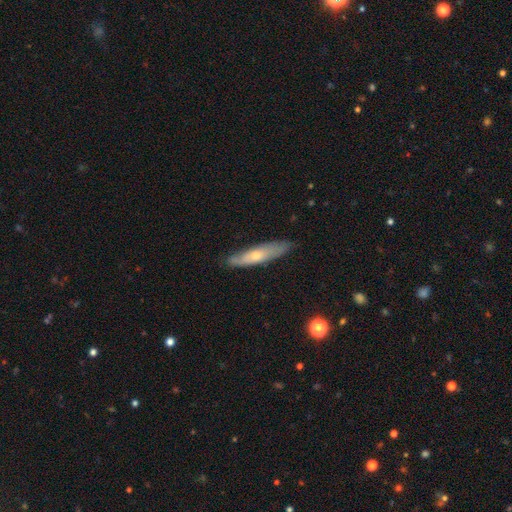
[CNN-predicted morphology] A smooth galaxy with no disk features (47%, tied with featured or disk).

Vote fractions:
- Smooth or featured? smooth: 47% (tied) / featured or disk: 47% (tied) / star or artifact: 6%
- Merging? none: 79% / minor disturbance: 17% / major disturbance: 3% / merger: 1%